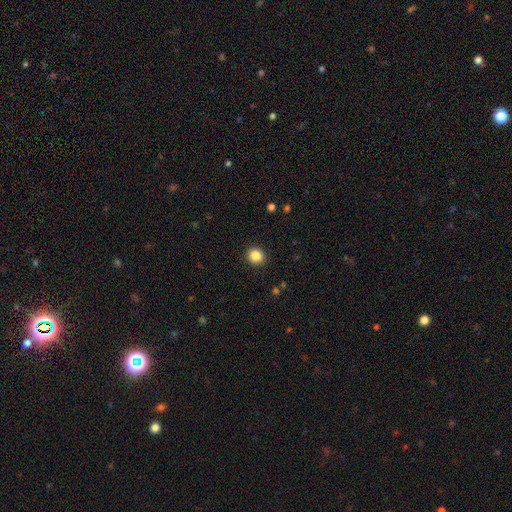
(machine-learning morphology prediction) Overall: smooth (86%). How rounded: round (86%). Merging: none (91%).